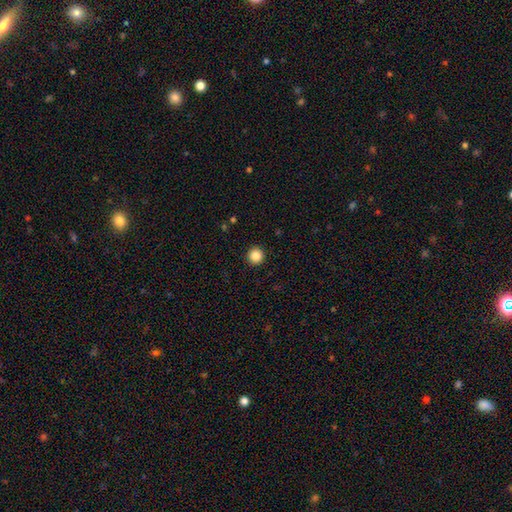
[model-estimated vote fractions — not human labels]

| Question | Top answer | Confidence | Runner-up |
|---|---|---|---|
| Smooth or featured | smooth | 86% | star or artifact (10%) |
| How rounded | round | 95% | in between (4%) |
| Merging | none | 93% | minor disturbance (4%) |